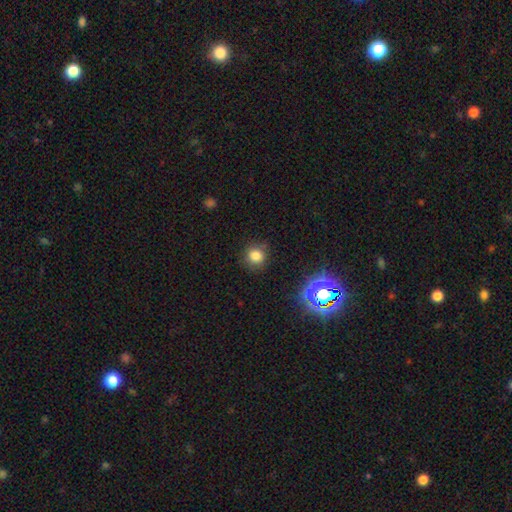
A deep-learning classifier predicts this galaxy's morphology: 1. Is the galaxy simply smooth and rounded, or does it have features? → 80% smooth, 15% star or artifact, 5% featured or disk.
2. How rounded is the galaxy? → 86% round, 13% in between, 1% cigar-shaped.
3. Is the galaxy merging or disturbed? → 85% none, 10% minor disturbance, 3% major disturbance, 1% merger.